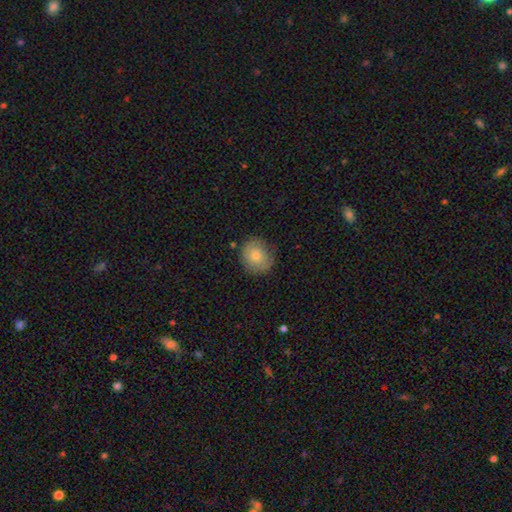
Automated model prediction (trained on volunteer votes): smooth-or-featured: smooth: 74% | featured or disk: 16% | star or artifact: 9%
  how-rounded: round: 77% | in between: 22% | cigar-shaped: 1%
  merging: none: 79% | minor disturbance: 16% | major disturbance: 3% | merger: 1%